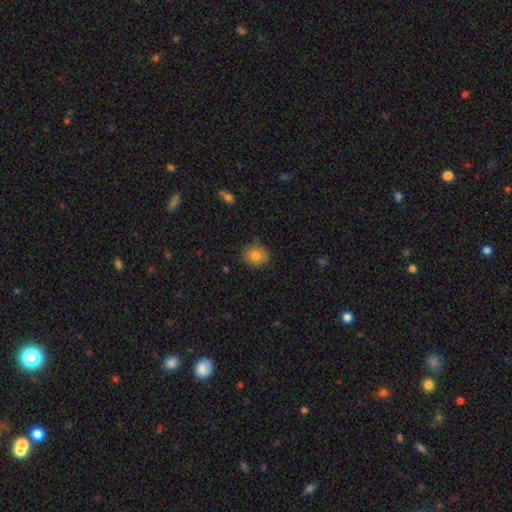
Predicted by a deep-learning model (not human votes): A smooth galaxy with no disk features (80%) that is round (67%).

Vote fractions:
- Smooth or featured? smooth: 80% / featured or disk: 11% / star or artifact: 9%
- How rounded? round: 67% / in between: 32% / cigar-shaped: 1%
- Merging? none: 83% / minor disturbance: 14% / major disturbance: 2% / merger: 1%